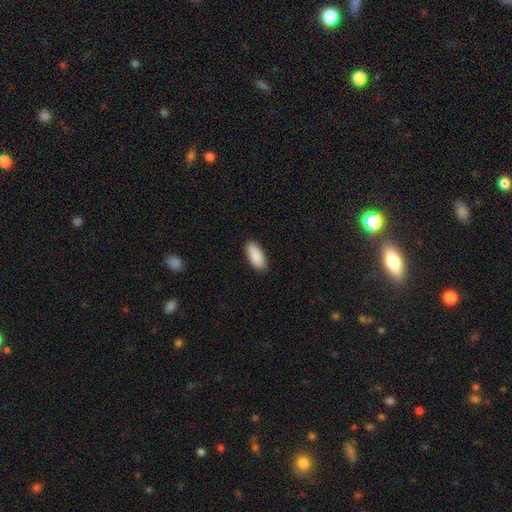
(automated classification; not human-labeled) A smooth galaxy with no disk features (89%) that is in between round and cigar-shaped (83%). Merging: none (88%).